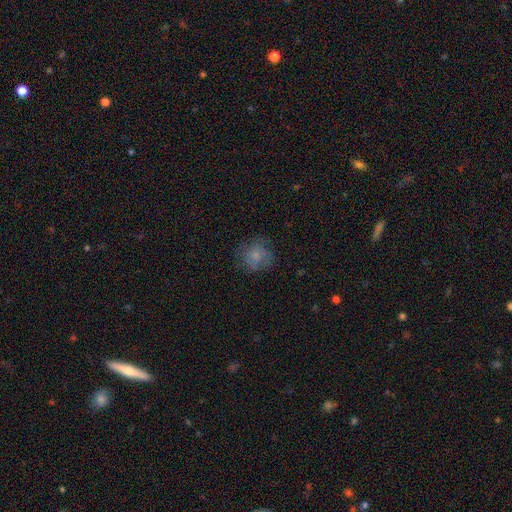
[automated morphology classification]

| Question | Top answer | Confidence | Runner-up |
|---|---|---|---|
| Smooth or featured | smooth | 70% | featured or disk (19%) |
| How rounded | round | 80% | in between (19%) |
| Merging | none | 66% | minor disturbance (20%) |